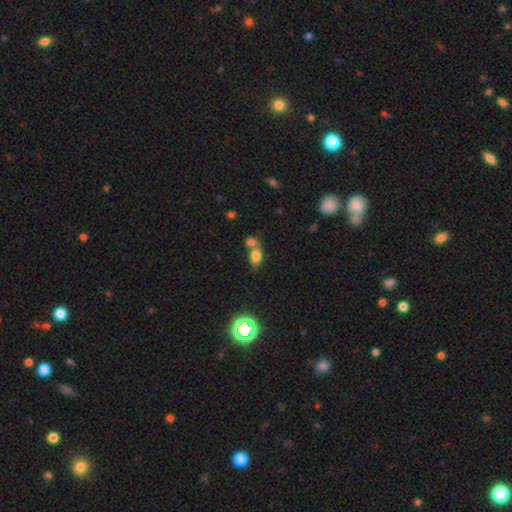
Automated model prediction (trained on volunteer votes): Smooth or featured: smooth — 74% (star or artifact — 16%)
How rounded: in between — 75% (round — 23%)
Merging: merger — 49% (none — 37%)